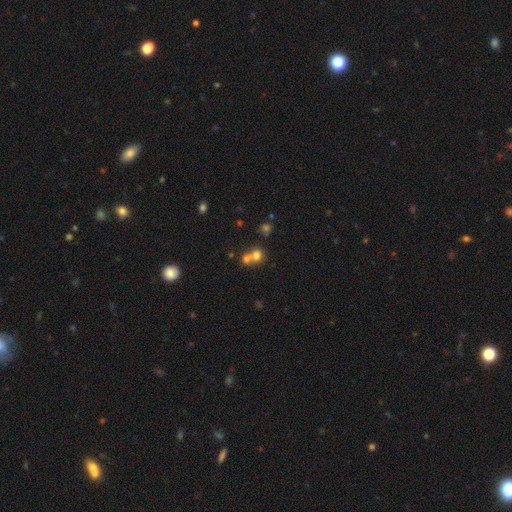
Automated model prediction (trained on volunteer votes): Smooth or featured? smooth (68%)
How rounded? round (75%)
Merging? merger (60%)